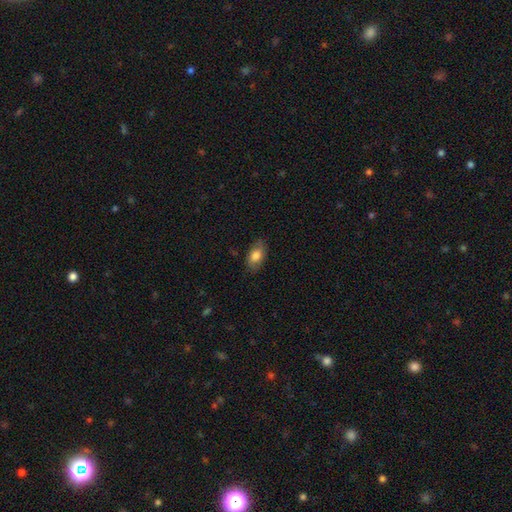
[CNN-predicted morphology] smooth_or_featured: smooth (p=0.79) [alt: featured or disk p=0.13]
how_rounded: in between (p=0.91) [alt: round p=0.07]
merging: none (p=0.78) [alt: minor disturbance p=0.17]